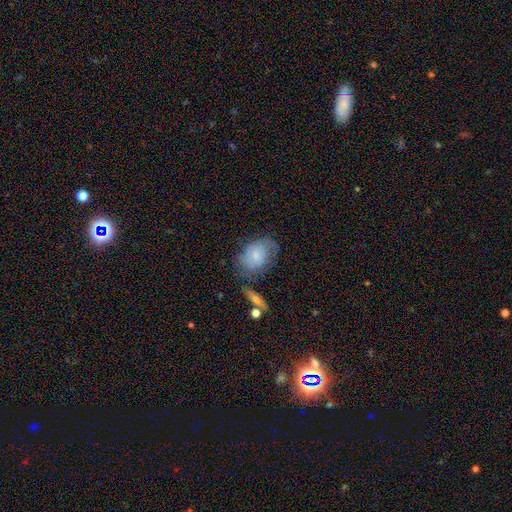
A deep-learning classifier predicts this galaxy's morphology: This appears to be a smooth galaxy with no disk features (55%) that is in between round and cigar-shaped (73%). Merging: none (47%).